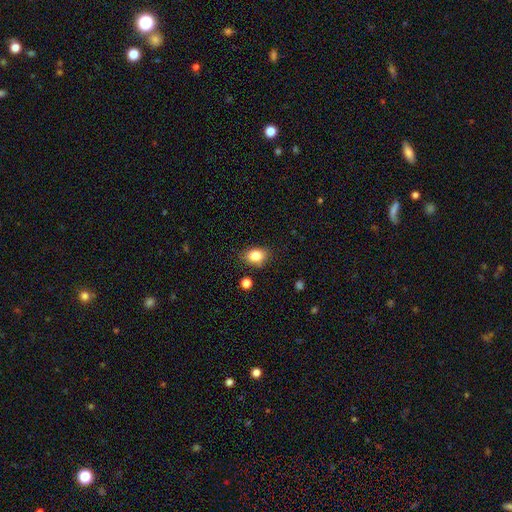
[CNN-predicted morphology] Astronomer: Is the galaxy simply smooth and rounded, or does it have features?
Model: smooth — 82%.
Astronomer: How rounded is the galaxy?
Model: in between — 67%.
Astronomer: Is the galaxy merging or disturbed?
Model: none — 80%.